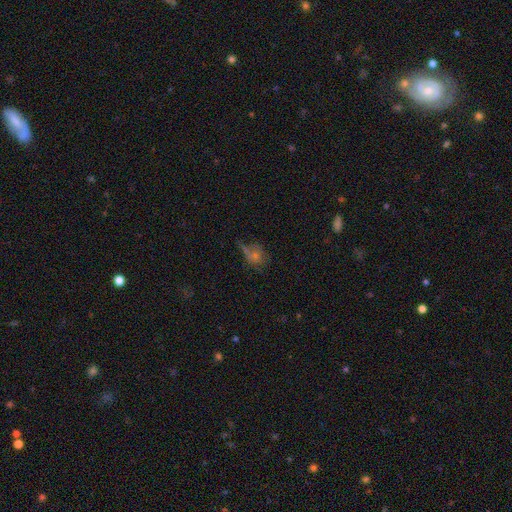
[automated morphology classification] Smooth or featured? Predicted: smooth (p=0.48). Merging? Predicted: none (p=0.42).